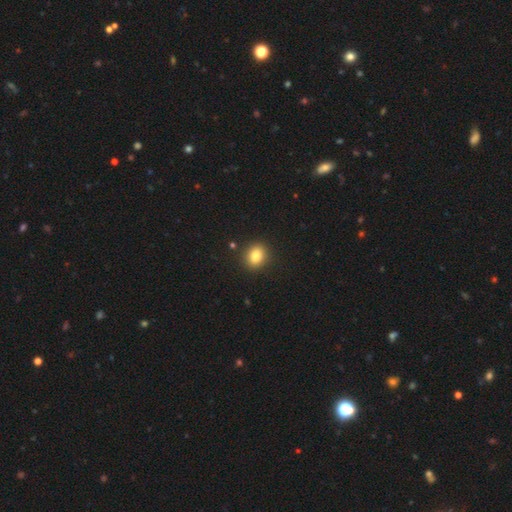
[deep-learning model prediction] Morphology: type=smooth (83%); roundness=round (61%); merging=none (90%).